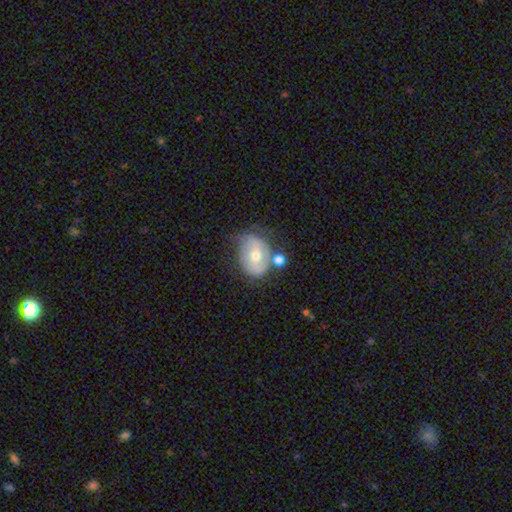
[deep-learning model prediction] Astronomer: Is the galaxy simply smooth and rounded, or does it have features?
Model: featured or disk — 47% (runner-up: smooth, 45%).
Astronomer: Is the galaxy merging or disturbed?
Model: none — 41% (runner-up: minor disturbance, 26%).